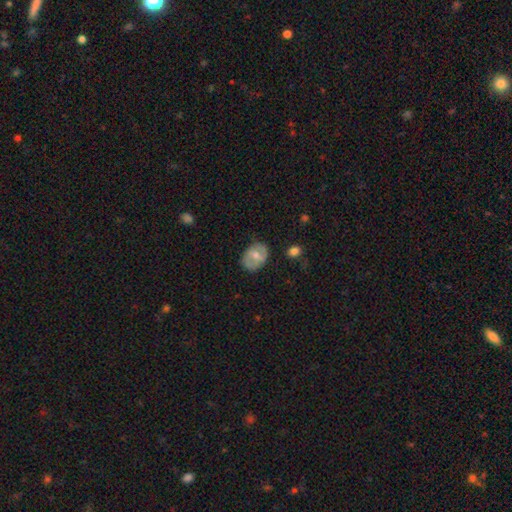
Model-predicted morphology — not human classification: Smooth or featured?
  - smooth: 49% *
  - featured or disk: 45%
  - star or artifact: 6%
Merging?
  - none: 76% *
  - minor disturbance: 18%
  - major disturbance: 5%
  - merger: 1%